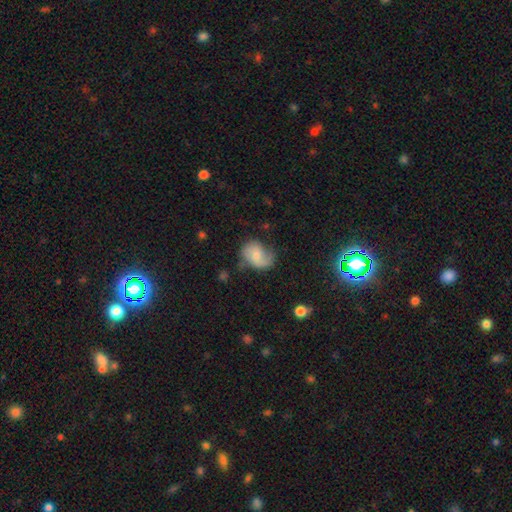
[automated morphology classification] Smooth or featured: featured or disk — 52% (smooth — 40%)
Edge-on disk: no — 97% (yes — 3%)
Bar: no — 64% (weak — 30%)
Spiral arms: yes — 84% (no — 16%)
Bulge size: moderate — 46% (small — 45%)
Merging: none — 49% (minor disturbance — 31%)